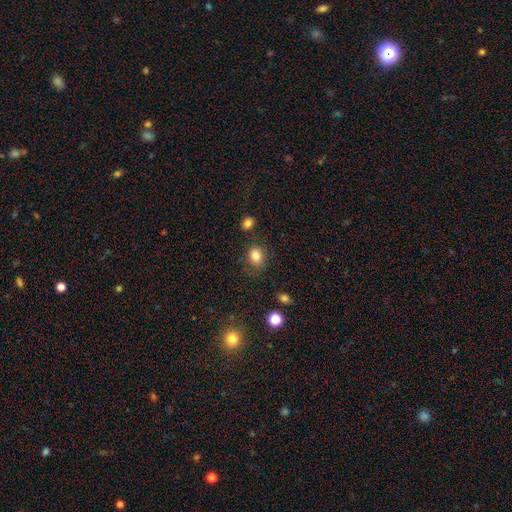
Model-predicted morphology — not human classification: This is clearly a smooth galaxy (83%). How rounded: possibly round (51%). Merging: likely none (73%).